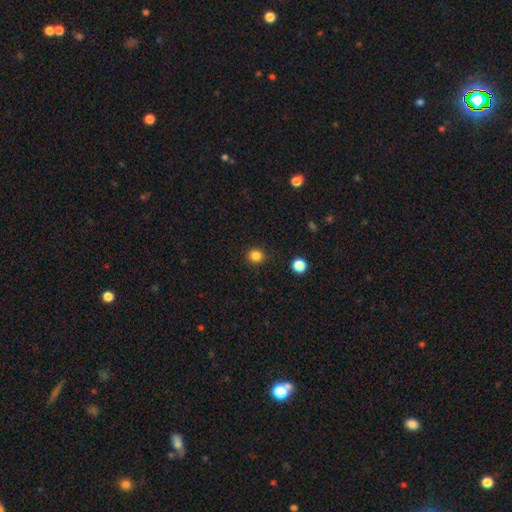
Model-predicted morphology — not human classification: smooth 84%, star or artifact 13%, featured or disk 4%. Down the decision tree: how rounded — round (89%); merging — none (91%).